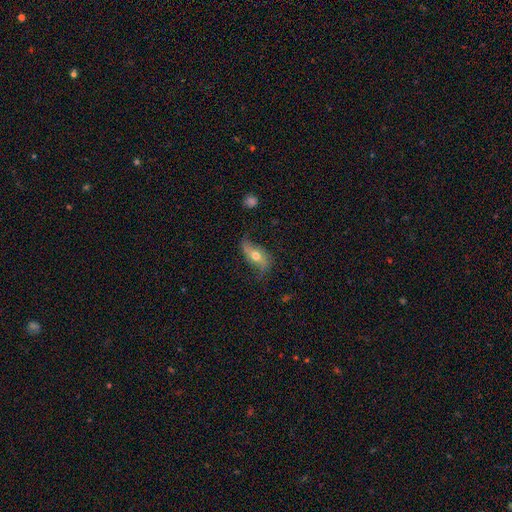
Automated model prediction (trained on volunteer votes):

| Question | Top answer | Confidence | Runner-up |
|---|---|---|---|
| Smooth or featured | featured or disk | 59% | smooth (33%) |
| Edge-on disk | no | 80% | yes (20%) |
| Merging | none | 64% | minor disturbance (24%) |